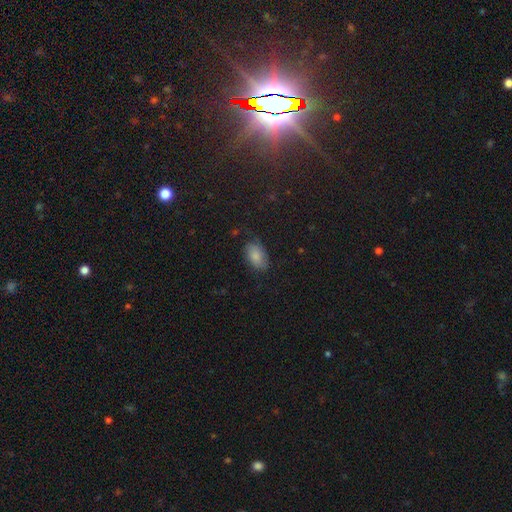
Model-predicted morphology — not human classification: The model was most divided on "merging": none: 65%, minor disturbance: 25%, major disturbance: 9%, merger: 1%. More confident: how rounded — in between (92%); smooth or featured — smooth (76%).